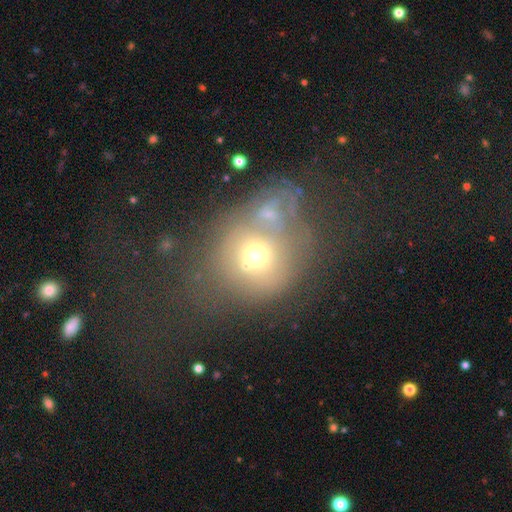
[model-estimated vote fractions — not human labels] Smooth or featured?
  - smooth: 56% *
  - featured or disk: 28%
  - star or artifact: 16%
How rounded?
  - round: 80% *
  - in between: 19%
  - cigar-shaped: 1%
Merging?
  - merger: 44% *
  - none: 26%
  - major disturbance: 17%
  - minor disturbance: 13%